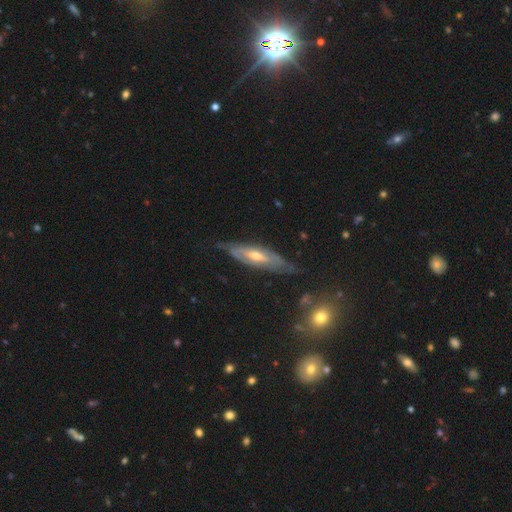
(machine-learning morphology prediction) The model was most divided on "edge-on disk": no: 55%, yes: 45%. More confident: smooth or featured — featured or disk (74%); merging — none (67%).